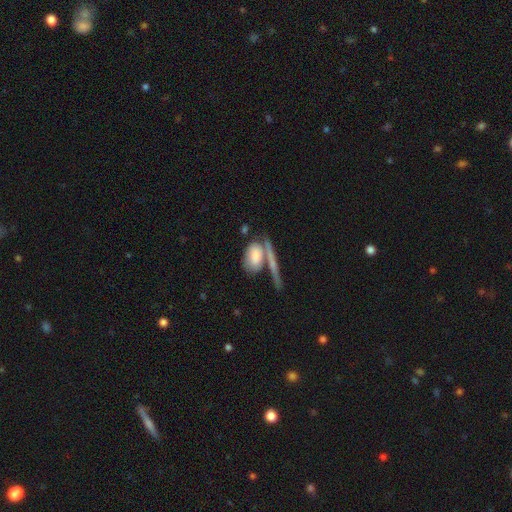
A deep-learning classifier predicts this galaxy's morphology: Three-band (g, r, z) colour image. It shows a smooth galaxy with no disk features (66%) that is in between round and cigar-shaped (79%). Merging: none (41%).